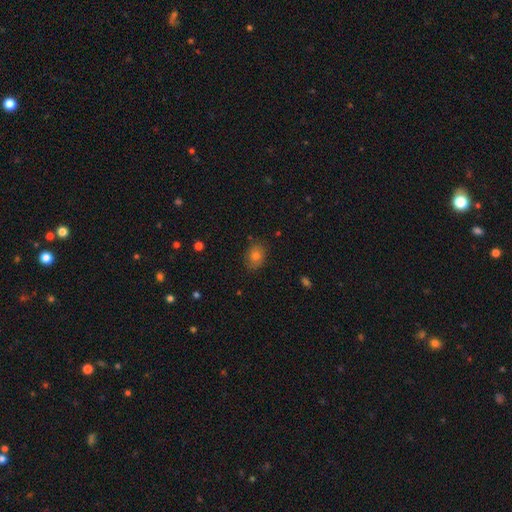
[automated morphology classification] Smooth or featured? Predicted: smooth (p=0.75). How rounded? Predicted: in between (p=0.65). Merging? Predicted: none (p=0.81).